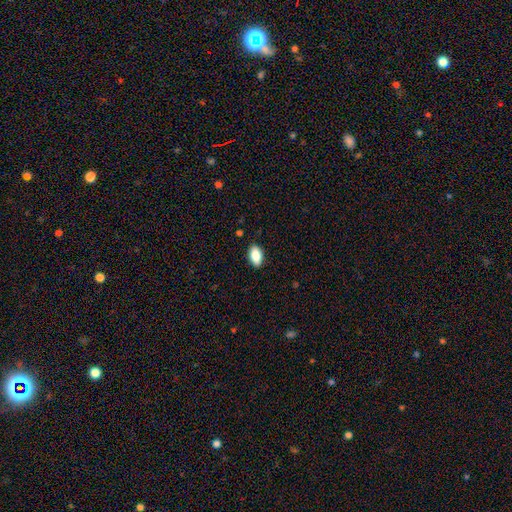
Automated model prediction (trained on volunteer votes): Morphology: type=smooth (86%); roundness=in between (92%); merging=none (89%).